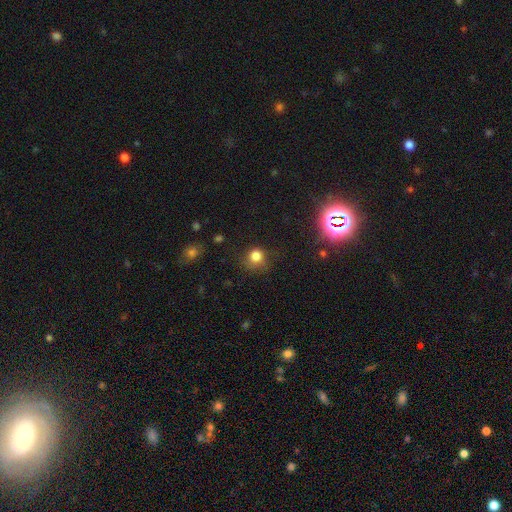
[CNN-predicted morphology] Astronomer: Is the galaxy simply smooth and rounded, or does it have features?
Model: smooth — 80%.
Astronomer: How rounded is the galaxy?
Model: round — 84%.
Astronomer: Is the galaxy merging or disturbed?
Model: none — 65%.